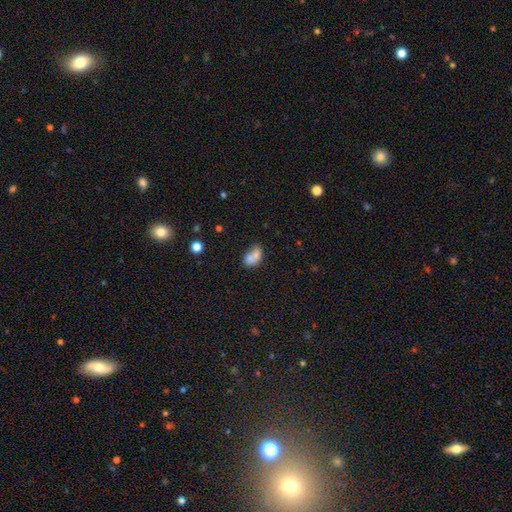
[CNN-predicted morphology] Smooth or featured? smooth (74%)
How rounded? in between (79%)
Merging? merger (55%)